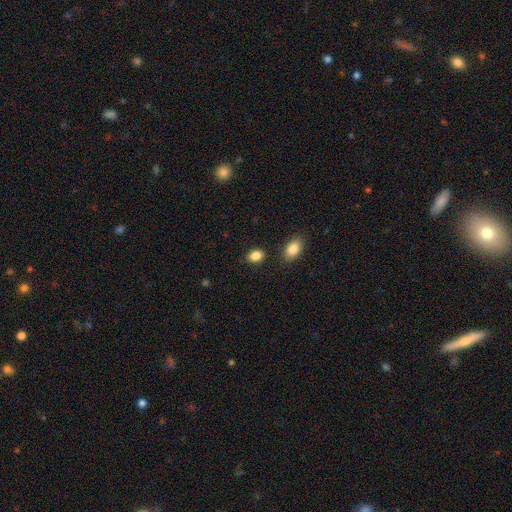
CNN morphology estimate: This is clearly a smooth galaxy (87%). How rounded: likely in between (77%). Merging: clearly none (84%).